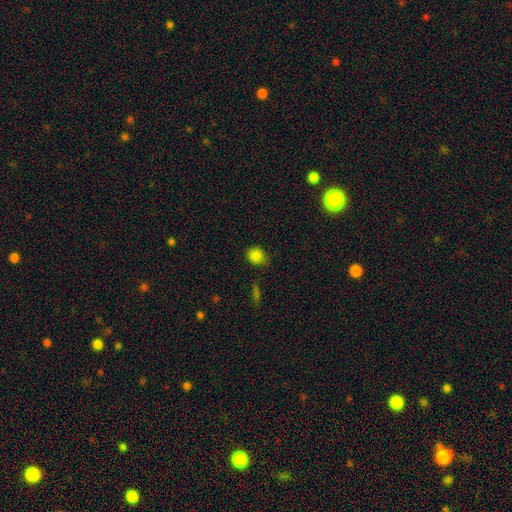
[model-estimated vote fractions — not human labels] smooth-or-featured: smooth: 83% | star or artifact: 13% | featured or disk: 4%
  how-rounded: round: 74% | in between: 25% | cigar-shaped: 1%
  merging: none: 75% | minor disturbance: 19% | major disturbance: 4% | merger: 3%